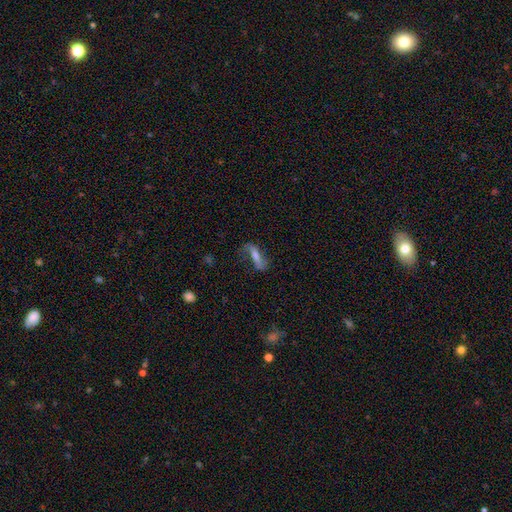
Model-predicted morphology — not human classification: This is possibly a featured or disk galaxy (54%). It is likely not viewed edge-on (74%). Merging: likely none (62%).